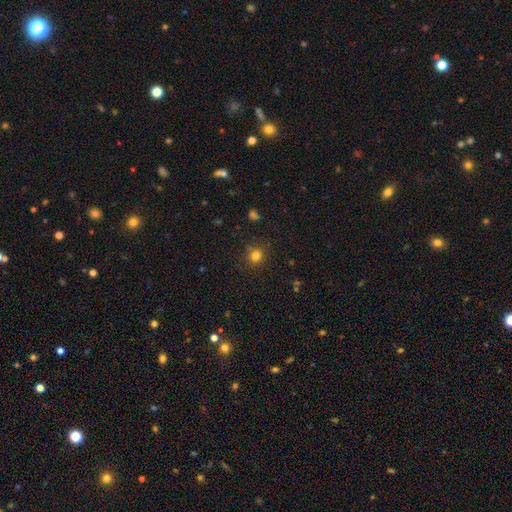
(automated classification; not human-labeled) A smooth galaxy with no disk features (81%) that is round (89%). Merging: none (85%).